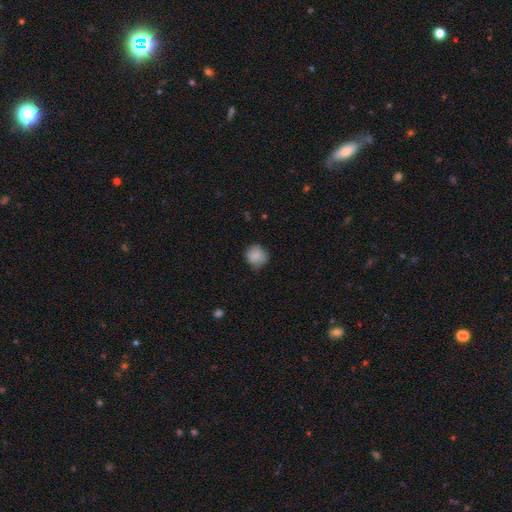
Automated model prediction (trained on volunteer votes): Overall: smooth (84%). How rounded: round (87%). Merging: none (73%).